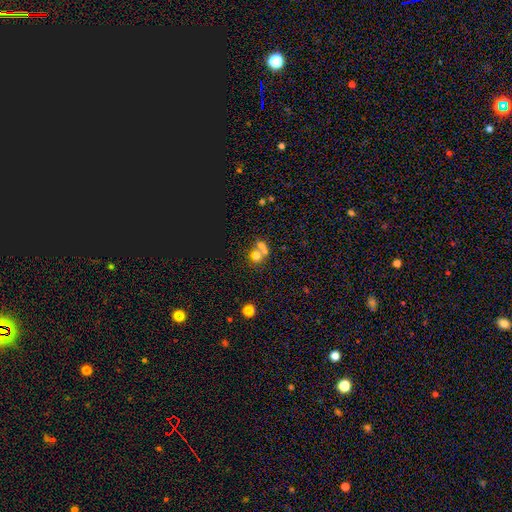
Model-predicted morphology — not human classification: smooth 65%, star or artifact 19%, featured or disk 16%. Down the decision tree: how rounded — round (64%); merging — merger (53%).